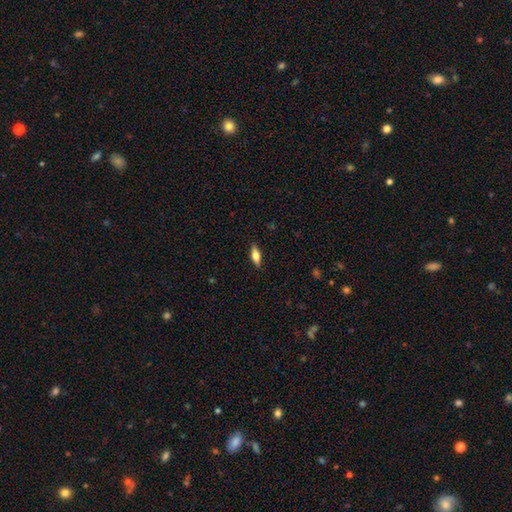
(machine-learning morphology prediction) This appears to be a smooth galaxy with no disk features (64%) that is in between round and cigar-shaped (68%). Merging: none (88%).